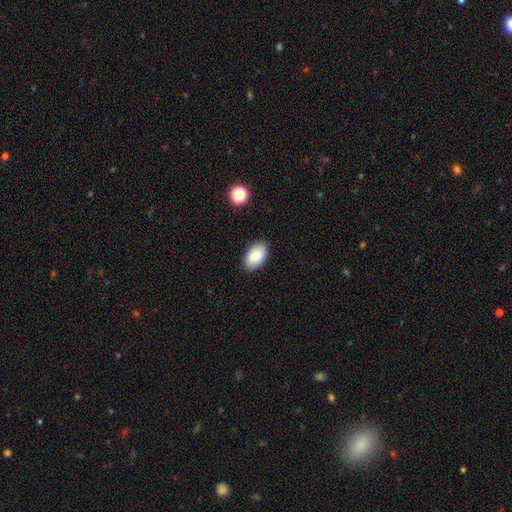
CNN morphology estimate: Smooth or featured? smooth (87%)
How rounded? in between (94%)
Merging? none (87%)